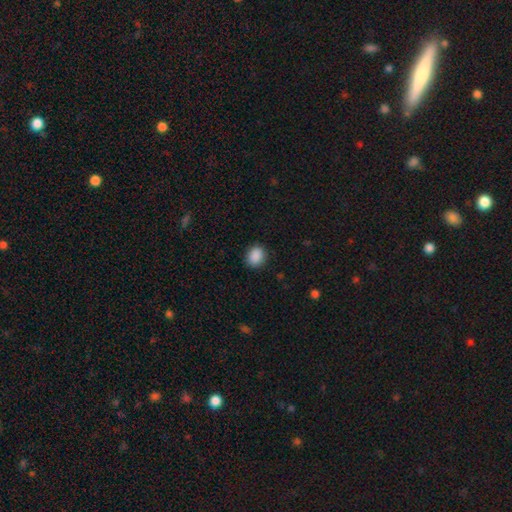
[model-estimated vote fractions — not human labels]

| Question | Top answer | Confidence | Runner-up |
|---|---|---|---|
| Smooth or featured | smooth | 89% | star or artifact (8%) |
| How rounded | round | 55% | in between (44%) |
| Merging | none | 88% | minor disturbance (9%) |